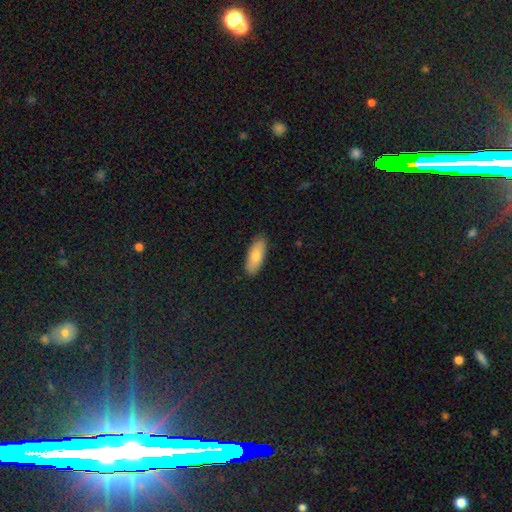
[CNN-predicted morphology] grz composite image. It shows a smooth galaxy with no disk features (80%) that is in between round and cigar-shaped (77%). Merging: none (88%).